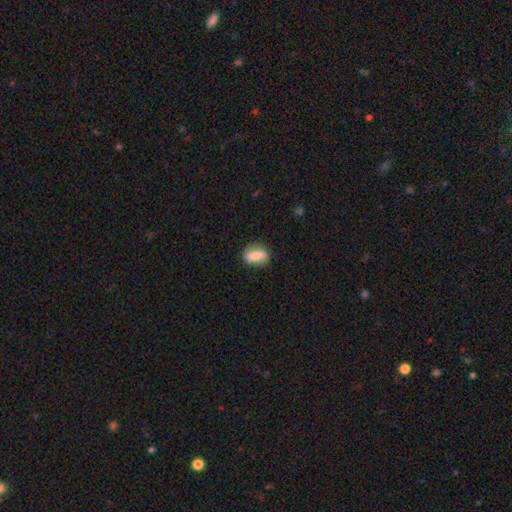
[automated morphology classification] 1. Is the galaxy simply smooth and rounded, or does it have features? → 63% smooth, 29% featured or disk, 8% star or artifact.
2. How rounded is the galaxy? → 69% in between, 17% round, 14% cigar-shaped.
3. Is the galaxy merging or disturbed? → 80% none, 14% minor disturbance, 4% major disturbance, 2% merger.